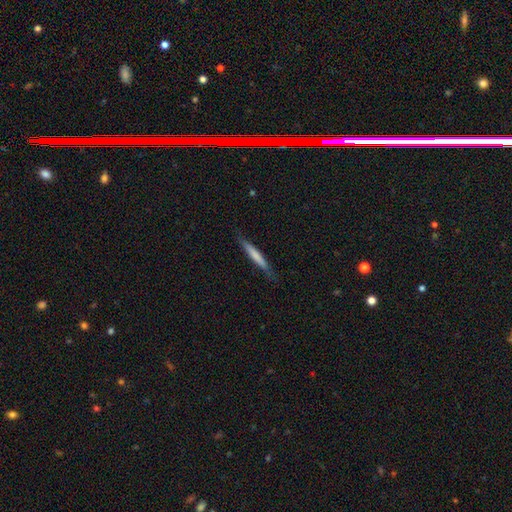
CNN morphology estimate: smooth_or_featured: smooth (p=0.65) [alt: featured or disk p=0.30]
how_rounded: cigar-shaped (p=0.95) [alt: in between p=0.04]
merging: none (p=0.82) [alt: minor disturbance p=0.14]